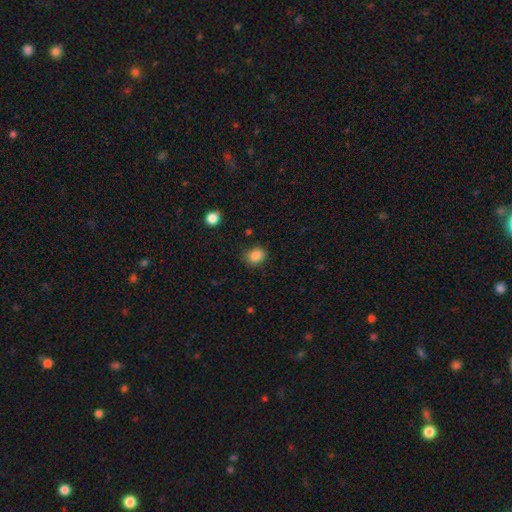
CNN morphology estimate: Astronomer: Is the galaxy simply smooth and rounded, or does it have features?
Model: smooth — 86%.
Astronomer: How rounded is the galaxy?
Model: in between — 50% (runner-up: round, 49%).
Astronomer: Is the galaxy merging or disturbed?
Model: none — 80%.